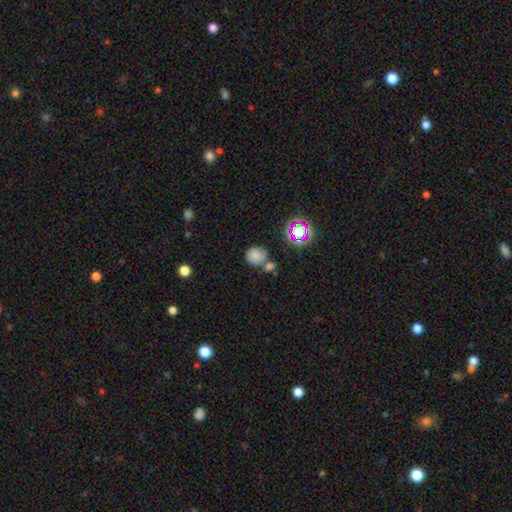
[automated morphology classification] Overall: smooth (73%). How rounded: round (82%). Merging: none (54%; merger 28%).